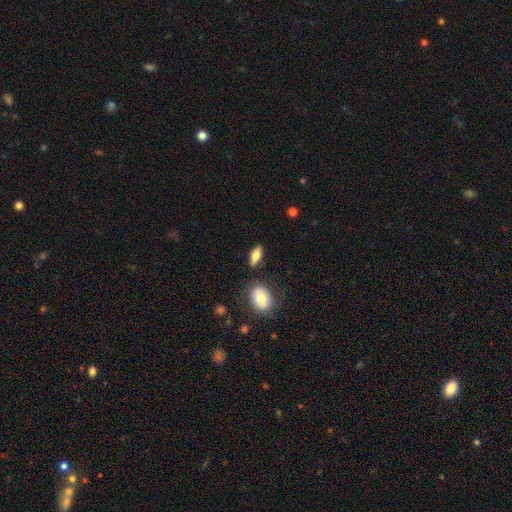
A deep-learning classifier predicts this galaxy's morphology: A smooth galaxy with no disk features (70%) that is in between round and cigar-shaped (80%). Merging: none (81%).